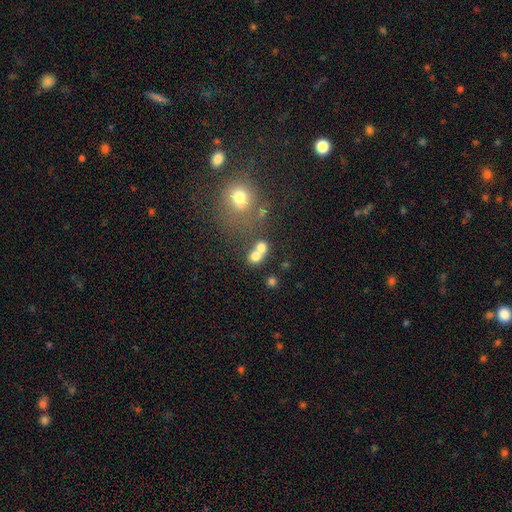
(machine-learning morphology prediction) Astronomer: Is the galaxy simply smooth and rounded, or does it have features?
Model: smooth — 71%.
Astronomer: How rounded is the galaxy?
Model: round — 64%.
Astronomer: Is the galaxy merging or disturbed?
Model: merger — 54% (runner-up: none, 33%).